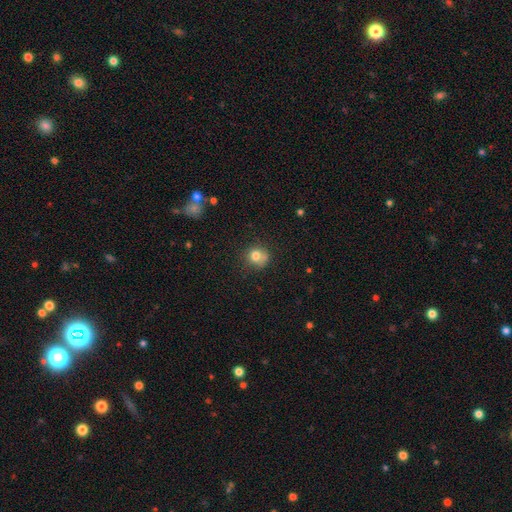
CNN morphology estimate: This appears to be a smooth galaxy with no disk features (77%) that is round (84%). Merging: none (59%).